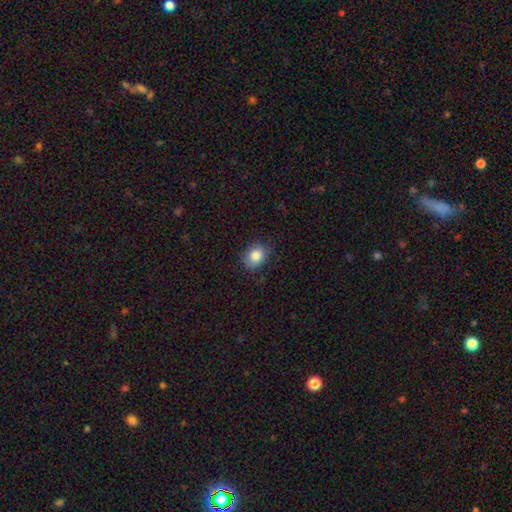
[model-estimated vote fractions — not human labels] Q: Smooth or featured?
A: smooth (84%); runner-up: star or artifact (9%)
Q: How rounded?
A: in between (56%); runner-up: round (43%)
Q: Merging?
A: none (80%); runner-up: minor disturbance (16%)